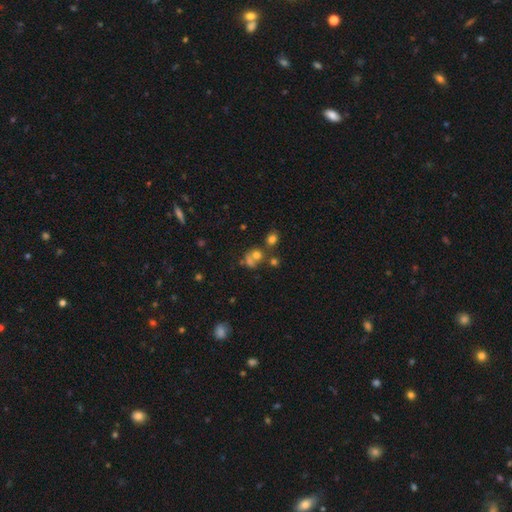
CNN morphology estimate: Smooth or featured? Predicted: smooth (p=0.57). How rounded? Predicted: round (p=0.78). Merging? Predicted: none (p=0.47).